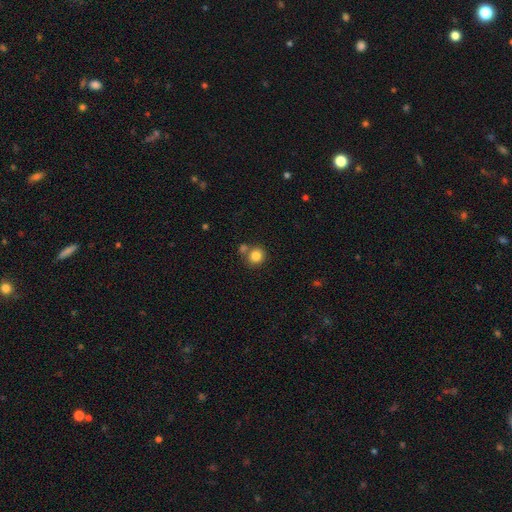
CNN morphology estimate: A smooth galaxy with no disk features (84%) that is round (88%).

Vote fractions:
- Smooth or featured? smooth: 84% / star or artifact: 10% / featured or disk: 6%
- How rounded? round: 88% / in between: 11% / cigar-shaped: 1%
- Merging? none: 64% / merger: 23% / minor disturbance: 10% / major disturbance: 3%